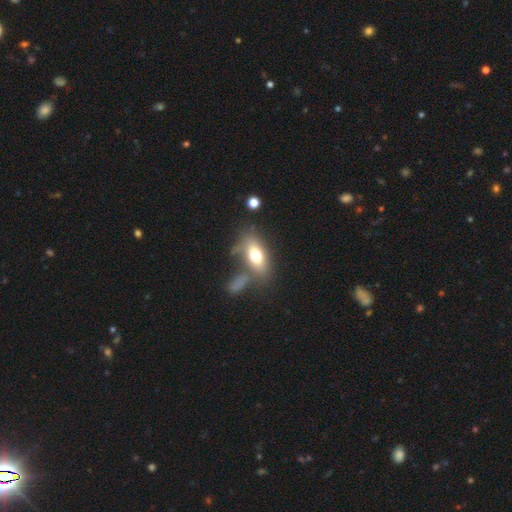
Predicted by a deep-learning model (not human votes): A smooth galaxy with no disk features (67%) that is in between round and cigar-shaped (81%). Merging: none (51%).